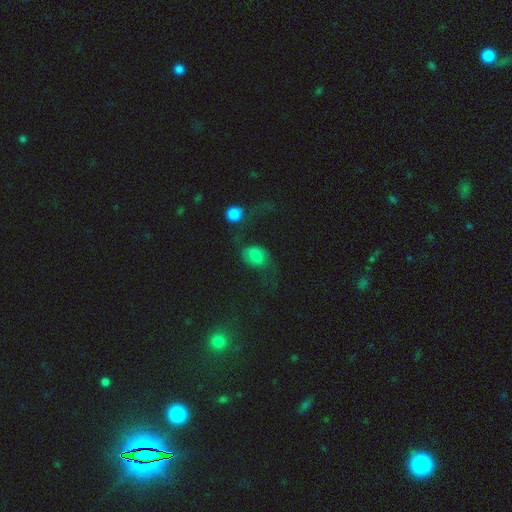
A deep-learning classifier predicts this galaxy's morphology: Smooth or featured: smooth — 60% (featured or disk — 27%)
How rounded: in between — 70% (round — 28%)
Merging: none — 34% (tied with major disturbance — 34%)